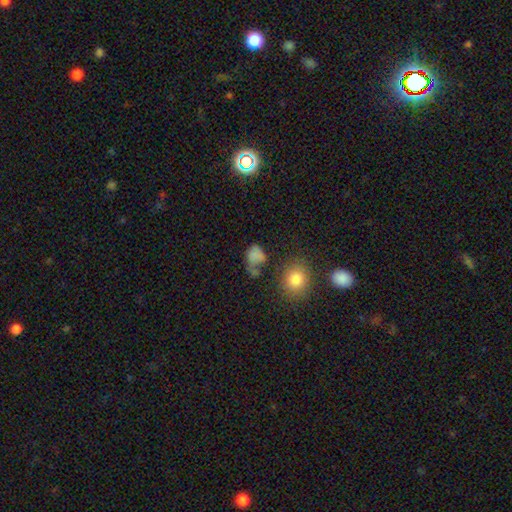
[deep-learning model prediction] A smooth galaxy with no disk features (75%) that is round (52%).

Vote fractions:
- Smooth or featured? smooth: 75% / star or artifact: 15% / featured or disk: 10%
- How rounded? round: 52% / in between: 46% / cigar-shaped: 2%
- Merging? none: 42% / minor disturbance: 22% / merger: 19% / major disturbance: 18%